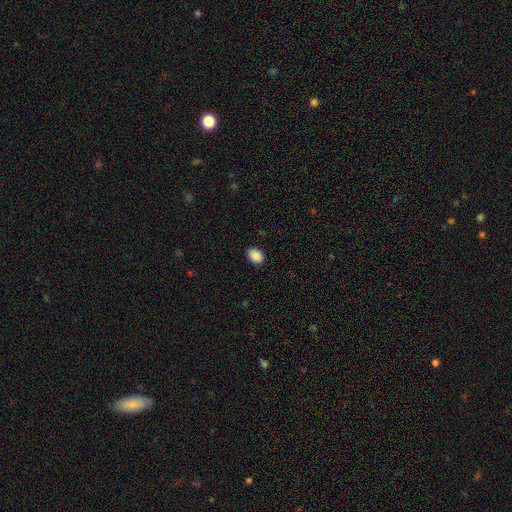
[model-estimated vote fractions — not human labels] smooth_or_featured: smooth (p=0.89) [alt: star or artifact p=0.08]
how_rounded: in between (p=0.76) [alt: round p=0.23]
merging: none (p=0.88) [alt: minor disturbance p=0.09]